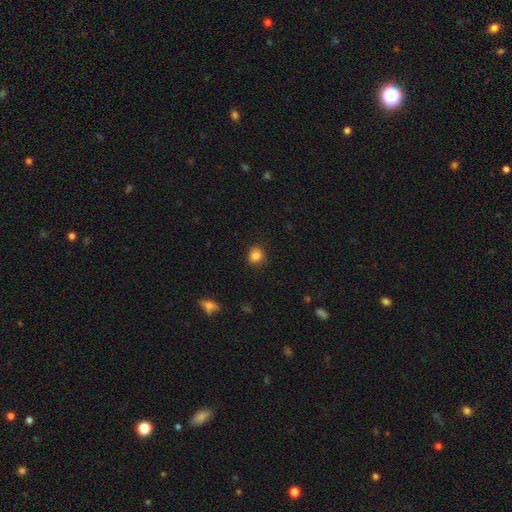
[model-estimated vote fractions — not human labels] Smooth or featured: smooth — 85% (star or artifact — 11%)
How rounded: round — 77% (in between — 22%)
Merging: none — 79% (minor disturbance — 16%)